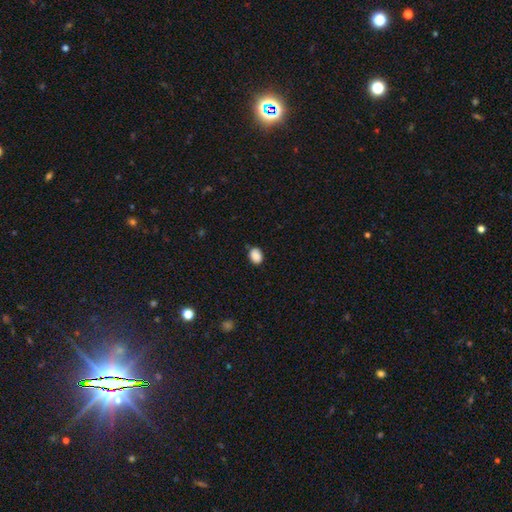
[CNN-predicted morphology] Smooth or featured: smooth — 88% (star or artifact — 9%)
How rounded: in between — 71% (round — 28%)
Merging: none — 78% (minor disturbance — 17%)